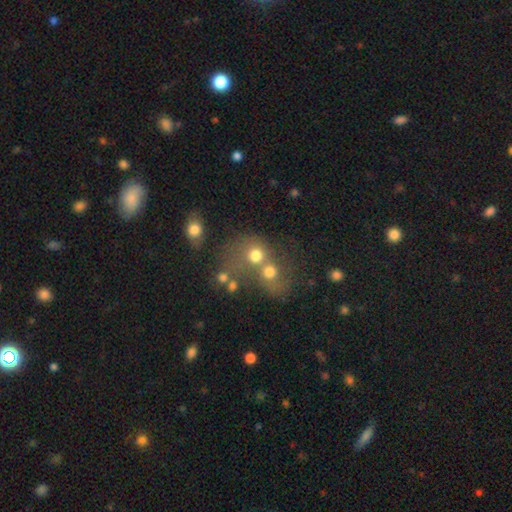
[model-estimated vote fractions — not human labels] Smooth or featured? Predicted: smooth (p=0.68). How rounded? Predicted: round (p=0.74). Merging? Predicted: merger (p=0.57).